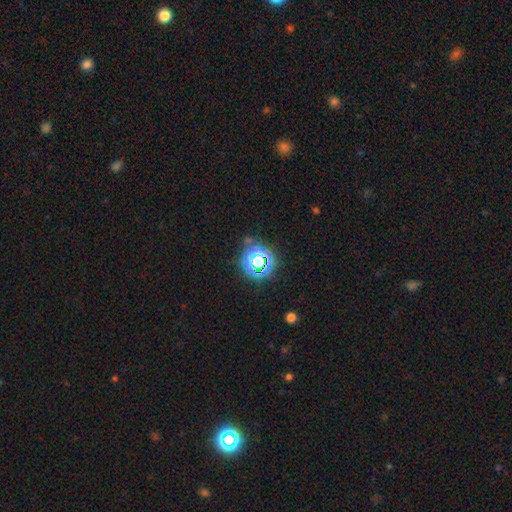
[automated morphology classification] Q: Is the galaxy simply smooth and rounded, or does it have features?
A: star or artifact — 71%.